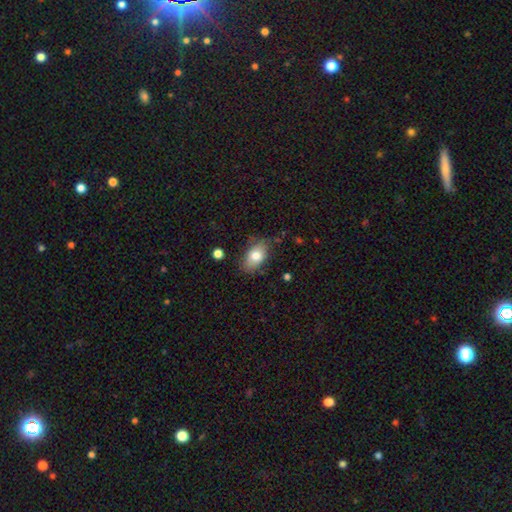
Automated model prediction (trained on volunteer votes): Smooth or featured: smooth — 77% (featured or disk — 16%)
How rounded: in between — 90% (round — 8%)
Merging: none — 75% (minor disturbance — 19%)